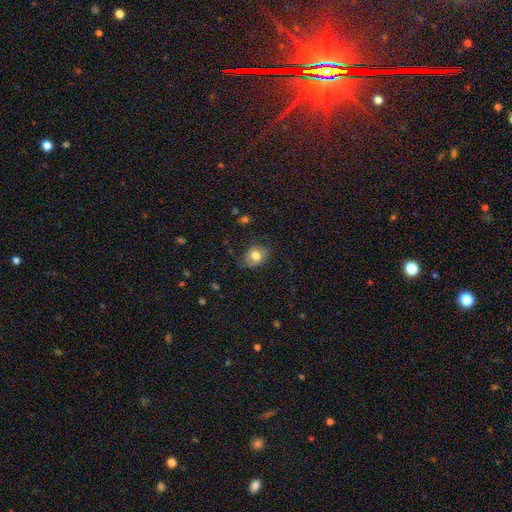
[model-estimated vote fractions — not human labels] Q: Smooth or featured?
A: smooth (75%); runner-up: featured or disk (16%)
Q: How rounded?
A: in between (58%); runner-up: round (41%)
Q: Merging?
A: none (66%); runner-up: minor disturbance (25%)